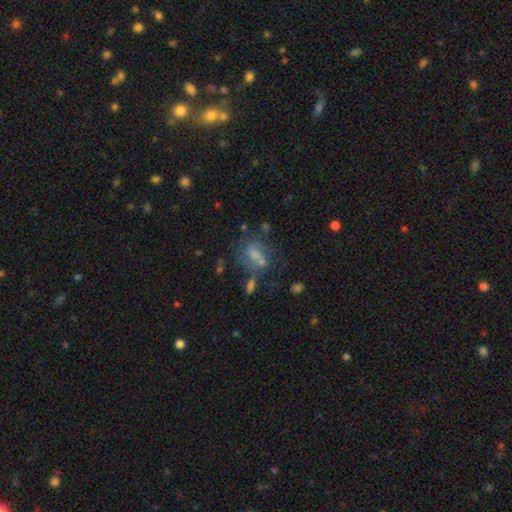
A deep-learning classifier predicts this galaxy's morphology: smooth 53%, featured or disk 32%, star or artifact 16%. Down the decision tree: how rounded — in between (73%); merging — none (37%).